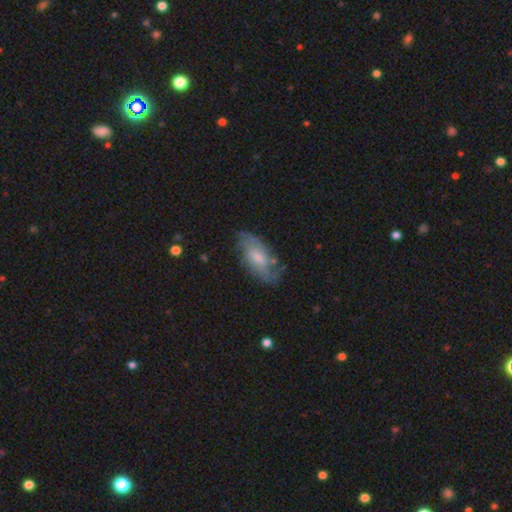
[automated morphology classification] type=featured or disk (66%); edge-on=no (90%); bar=no (54%); spiral arms=yes (85%); winding=medium (43%); arm count=2 (44%); bulge=moderate (45%); merging=none (72%).